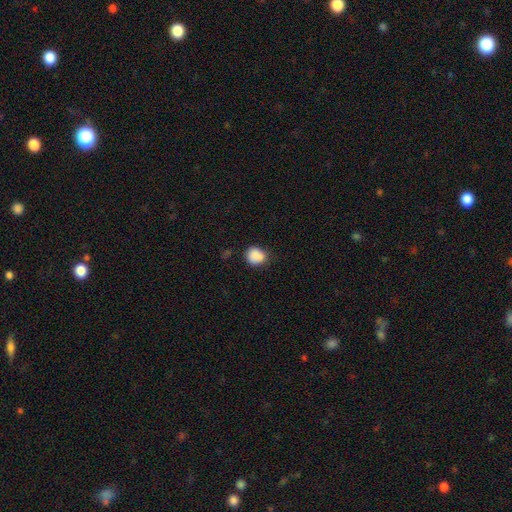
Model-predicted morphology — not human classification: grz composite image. It shows a smooth galaxy with no disk features (86%) that is round (76%). Merging: none (66%).